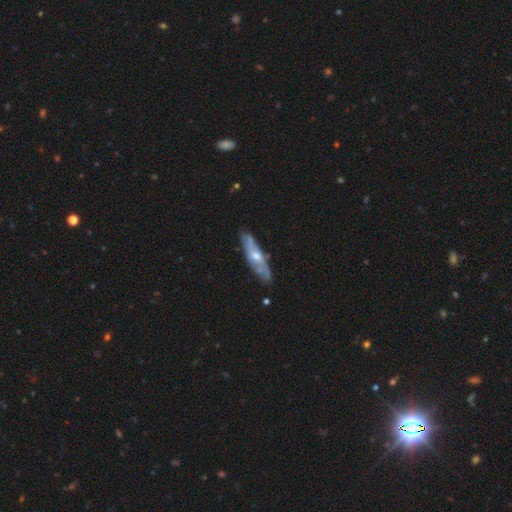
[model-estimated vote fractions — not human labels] Overall: featured or disk (69%). Edge-on disk: yes (54%; no 46%). Merging: none (77%).